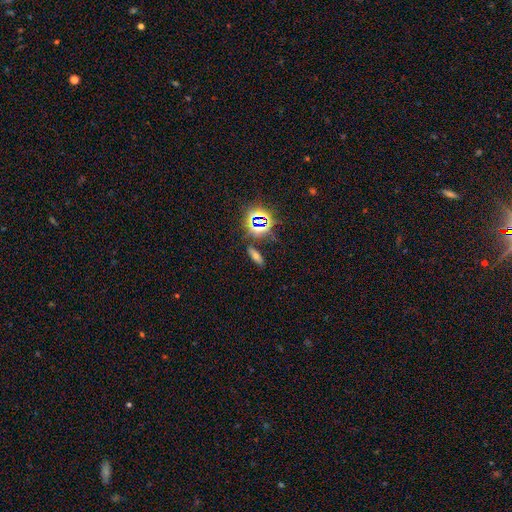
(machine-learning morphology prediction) Smooth or featured: smooth — 51% (star or artifact — 31%)
How rounded: in between — 59% (cigar-shaped — 35%)
Merging: none — 83% (minor disturbance — 10%)